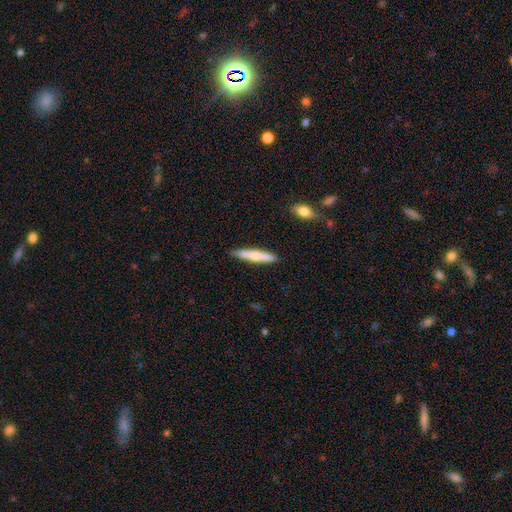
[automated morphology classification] Smooth or featured: smooth — 56% (featured or disk — 38%)
How rounded: cigar-shaped — 91% (in between — 8%)
Merging: none — 86% (minor disturbance — 10%)